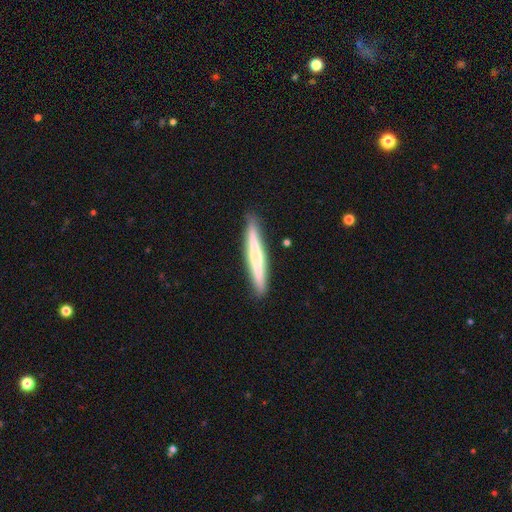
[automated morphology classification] type=smooth (52%); roundness=cigar-shaped (95%); merging=none (90%).